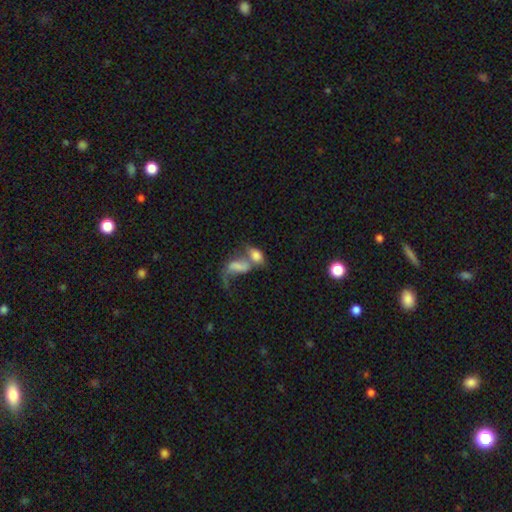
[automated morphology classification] Smooth or featured? smooth (64%)
How rounded? in between (85%)
Merging? merger (70%)